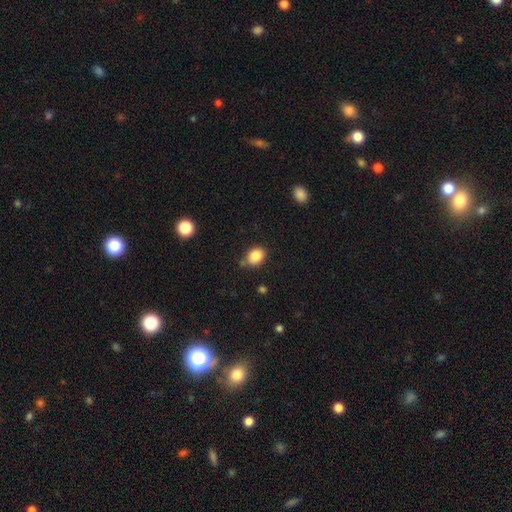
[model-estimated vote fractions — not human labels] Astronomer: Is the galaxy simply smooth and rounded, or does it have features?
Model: smooth — 84%.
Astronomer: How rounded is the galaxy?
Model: in between — 55% (runner-up: round, 44%).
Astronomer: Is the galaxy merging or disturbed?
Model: none — 74%.